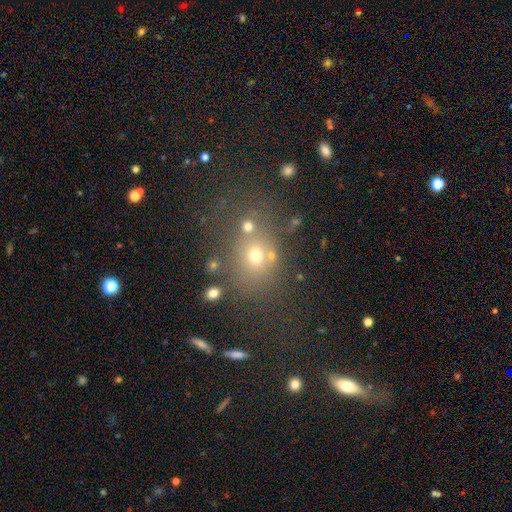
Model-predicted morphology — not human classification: Smooth or featured? smooth (55%)
How rounded? round (62%)
Merging? none (64%)